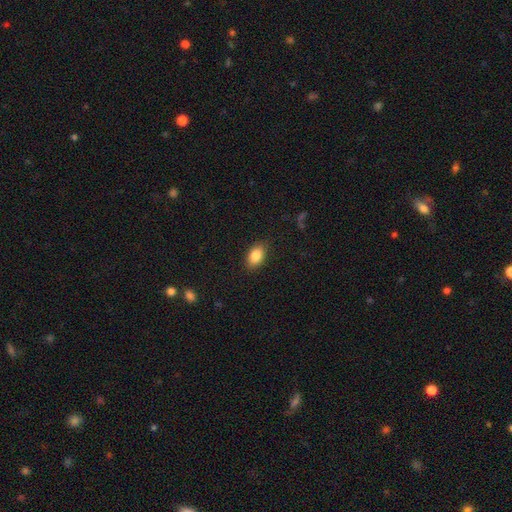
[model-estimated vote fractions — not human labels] Morphology: type=smooth (86%); roundness=in between (87%); merging=none (86%).